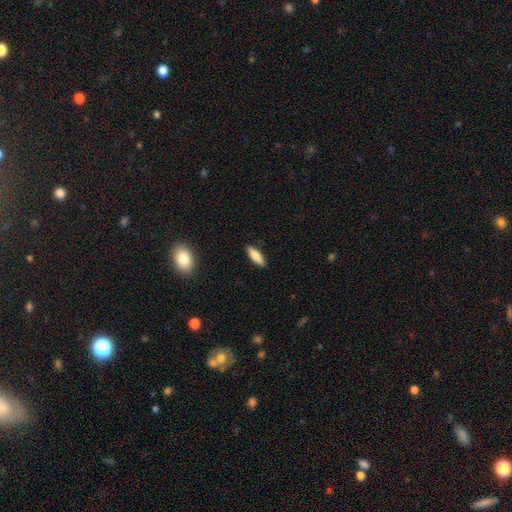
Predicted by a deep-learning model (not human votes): The model was most divided on "how rounded" (2-way tie): cigar-shaped: 49%, in between: 49%, round: 2%. More confident: merging — none (89%); smooth or featured — smooth (83%).